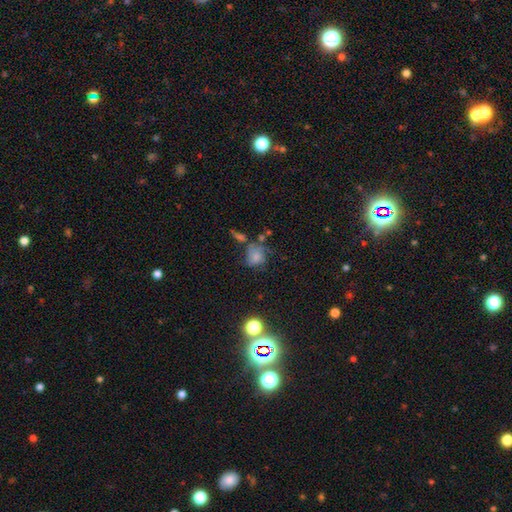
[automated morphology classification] Smooth or featured? Predicted: smooth (p=0.59). How rounded? Predicted: round (p=0.61). Merging? Predicted: none (p=0.38).